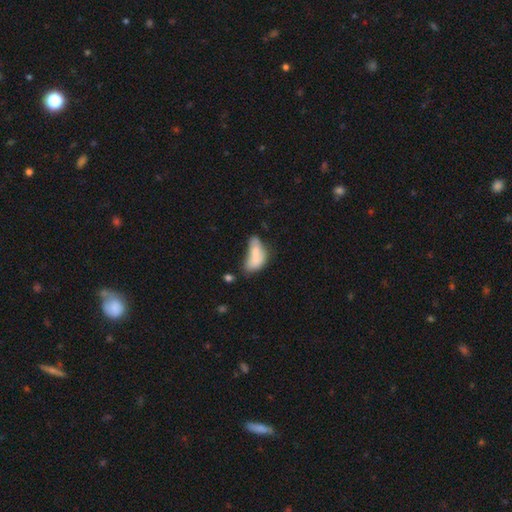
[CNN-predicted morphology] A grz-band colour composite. It shows a smooth galaxy with no disk features (68%) that is in between round and cigar-shaped (87%). Merging: merger (47%).